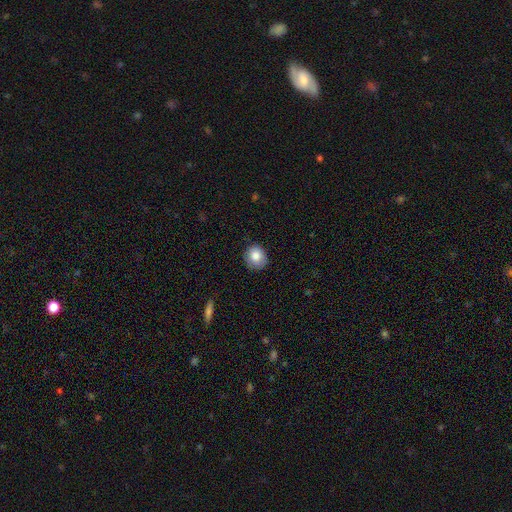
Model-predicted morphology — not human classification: The model was most divided on "how rounded": round: 81%, in between: 19%, cigar-shaped: 1%. More confident: smooth or featured — smooth (82%); merging — none (80%).